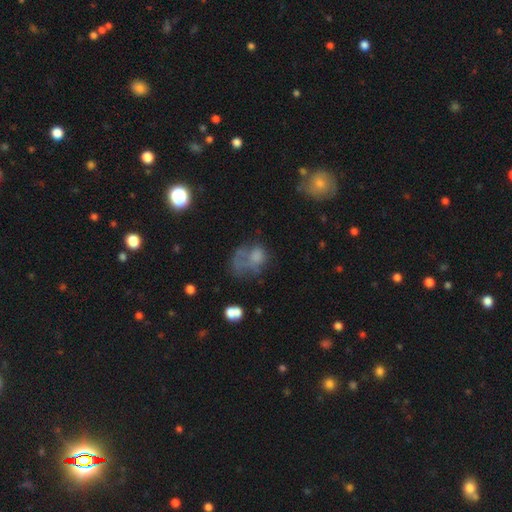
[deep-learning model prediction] smooth 48%, featured or disk 32%, star or artifact 20%. Down the decision tree: merging — major disturbance (38%).